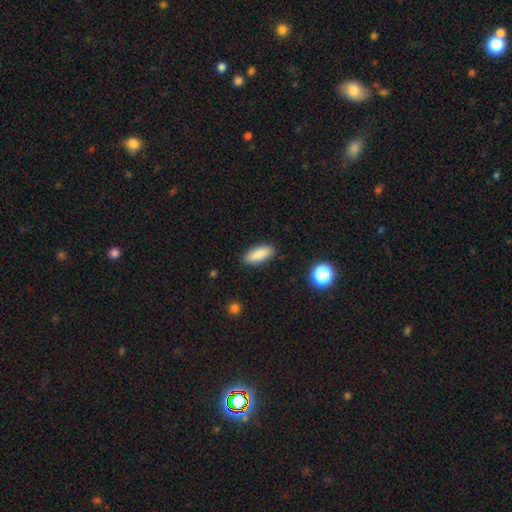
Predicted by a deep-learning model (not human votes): The model was most divided on "how rounded": in between: 77%, cigar-shaped: 21%, round: 2%. More confident: merging — none (88%); smooth or featured — smooth (88%).